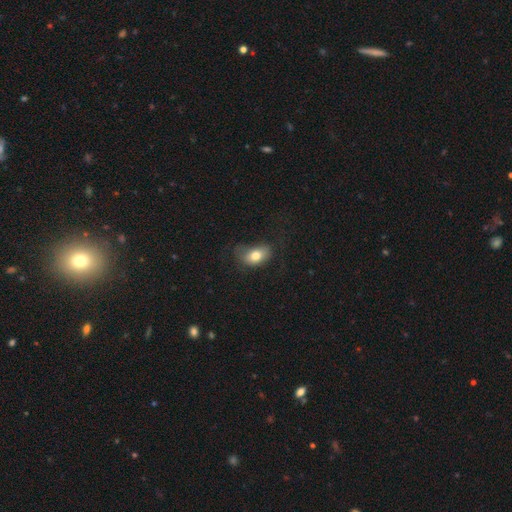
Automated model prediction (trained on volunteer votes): Q: Smooth or featured?
A: smooth (75%); runner-up: featured or disk (15%)
Q: How rounded?
A: in between (84%); runner-up: round (14%)
Q: Merging?
A: none (45%); runner-up: minor disturbance (32%)